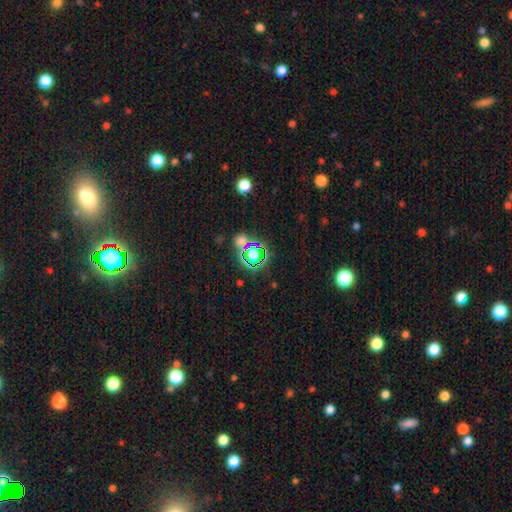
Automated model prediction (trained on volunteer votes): star or artifact 52%, smooth 38%, featured or disk 9%.